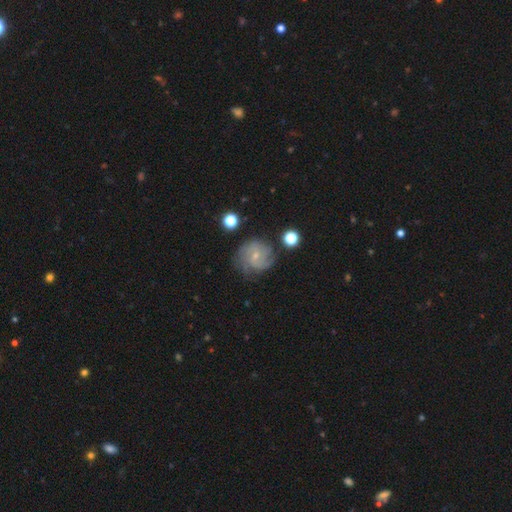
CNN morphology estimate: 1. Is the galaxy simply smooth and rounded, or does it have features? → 72% featured or disk, 19% smooth, 8% star or artifact.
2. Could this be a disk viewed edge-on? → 98% no, 2% yes.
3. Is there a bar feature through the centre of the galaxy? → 54% no, 40% weak, 6% strong.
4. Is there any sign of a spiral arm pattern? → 92% yes, 8% no.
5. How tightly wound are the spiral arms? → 49% tight, 38% medium, 13% loose.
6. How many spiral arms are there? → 34% can't tell, 24% 3, 22% 2, 9% 4, 6% 1, 5% more than 4.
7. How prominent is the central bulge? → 74% small, 19% moderate, 5% none, 1% large, 1% dominant.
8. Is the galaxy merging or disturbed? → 68% none, 20% minor disturbance, 9% major disturbance, 3% merger.